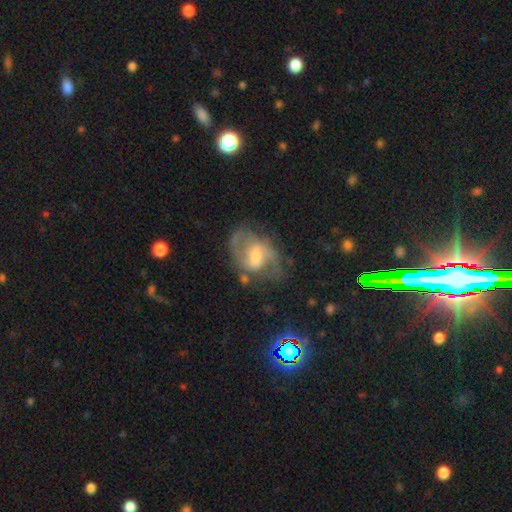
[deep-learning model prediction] Smooth or featured? featured or disk (77%)
Edge-on disk? no (97%)
Bar? weak (53%)
Spiral arms? yes (88%)
Spiral winding? medium (53%)
Spiral arm count? 2 (78%)
Bulge size? moderate (44%)
Merging? none (62%)